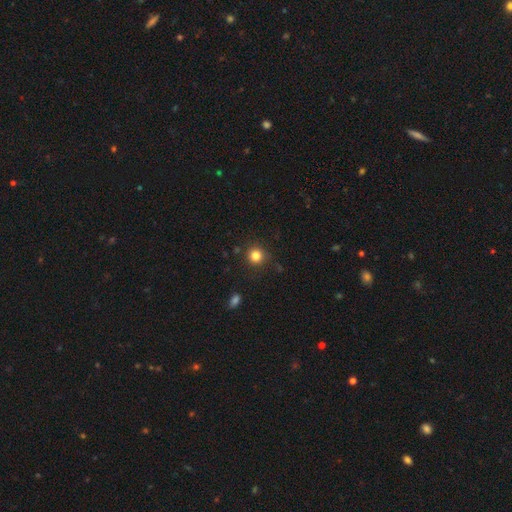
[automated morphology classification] This appears to be a smooth galaxy with no disk features (82%) that is round (93%). Merging: none (89%).